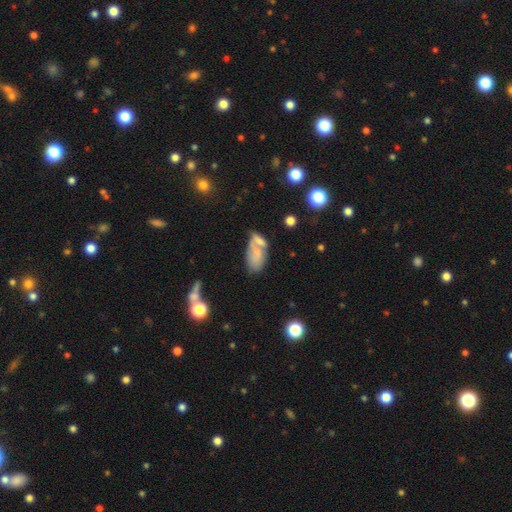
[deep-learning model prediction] The model was most divided on "merging": merger: 42%, none: 27%, minor disturbance: 18%, major disturbance: 13%. More confident: how rounded — in between (91%); smooth or featured — smooth (62%).